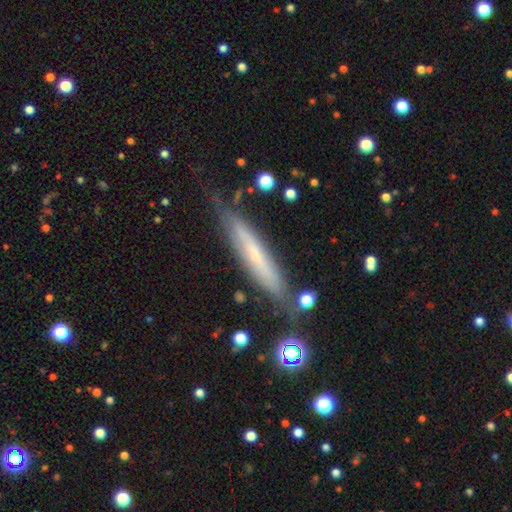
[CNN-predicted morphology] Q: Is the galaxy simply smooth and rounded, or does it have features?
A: featured or disk — 51%.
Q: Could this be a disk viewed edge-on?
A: yes — 78%.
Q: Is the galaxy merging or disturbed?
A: none — 72%.